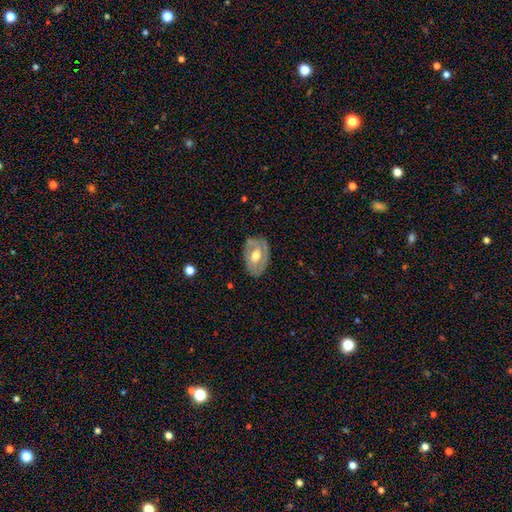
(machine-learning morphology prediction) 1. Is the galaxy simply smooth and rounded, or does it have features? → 61% featured or disk, 34% smooth, 6% star or artifact.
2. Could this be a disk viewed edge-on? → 92% no, 8% yes.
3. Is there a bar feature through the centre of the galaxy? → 59% no, 31% weak, 10% strong.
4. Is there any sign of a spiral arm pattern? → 51% no, 49% yes.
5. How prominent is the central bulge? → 70% moderate, 19% large, 9% small, 1% none, 1% dominant.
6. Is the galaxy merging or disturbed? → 73% none, 20% minor disturbance, 6% major disturbance, 1% merger.